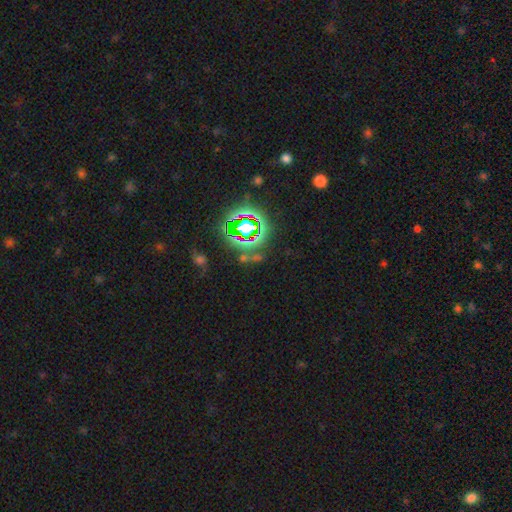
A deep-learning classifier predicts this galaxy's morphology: Q: Smooth or featured?
A: star or artifact (73%); runner-up: smooth (15%)